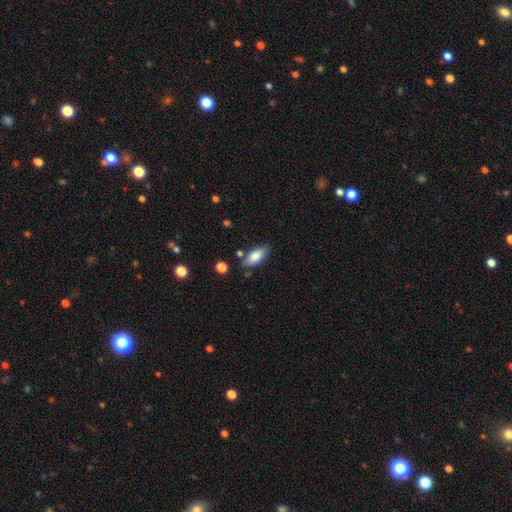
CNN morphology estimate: A smooth galaxy with no disk features (82%) that is in between round and cigar-shaped (86%).

Vote fractions:
- Smooth or featured? smooth: 82% / featured or disk: 11% / star or artifact: 7%
- How rounded? in between: 86% / cigar-shaped: 12% / round: 2%
- Merging? none: 76% / minor disturbance: 16% / merger: 5% / major disturbance: 4%